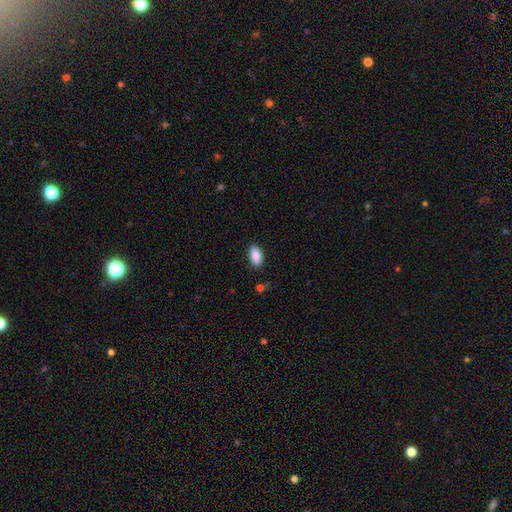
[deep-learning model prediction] Overall: smooth (89%). How rounded: in between (93%). Merging: none (87%).